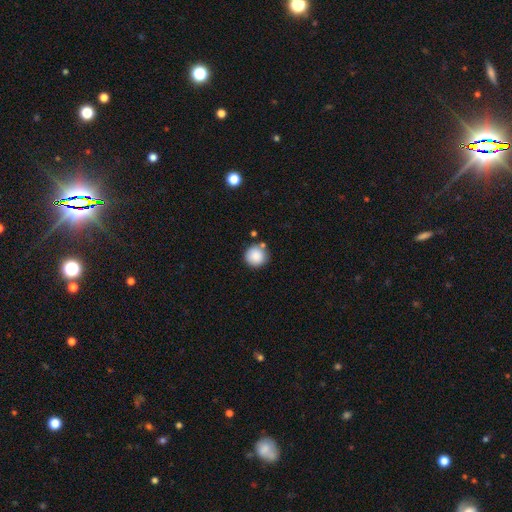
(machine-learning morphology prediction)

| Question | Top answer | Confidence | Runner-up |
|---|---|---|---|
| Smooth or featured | smooth | 87% | star or artifact (9%) |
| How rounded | round | 94% | in between (5%) |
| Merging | none | 78% | minor disturbance (11%) |